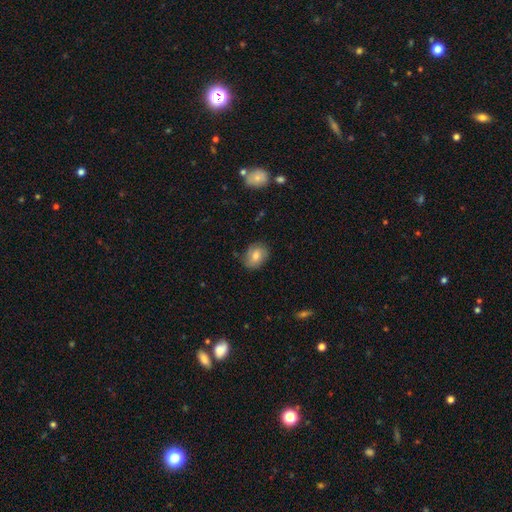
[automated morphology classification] The model was most divided on "how rounded": in between: 59%, round: 40%, cigar-shaped: 1%. More confident: merging — none (75%); smooth or featured — smooth (64%).